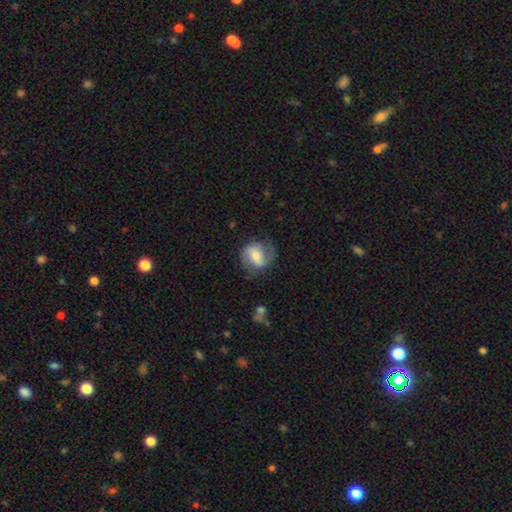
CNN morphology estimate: featured or disk 61%, smooth 32%, star or artifact 7%. Down the decision tree: edge-on disk — no (97%); bar — weak (43%); spiral arms — yes (86%); spiral arm count — 2 (83%); spiral winding — medium (44%); bulge size — moderate (55%); merging — none (70%).